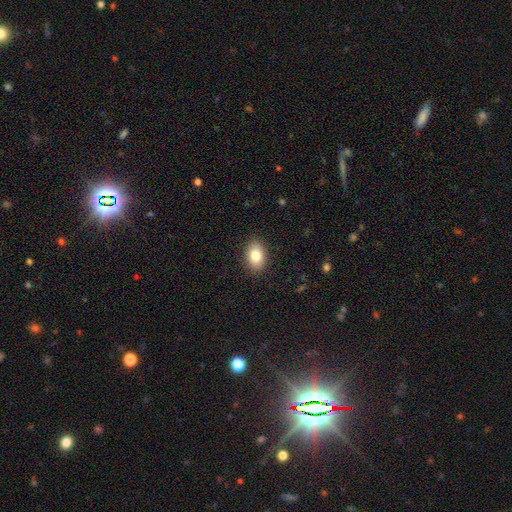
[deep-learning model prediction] Q: Smooth or featured?
A: smooth (82%); runner-up: featured or disk (10%)
Q: How rounded?
A: in between (83%); runner-up: round (16%)
Q: Merging?
A: none (89%); runner-up: minor disturbance (8%)